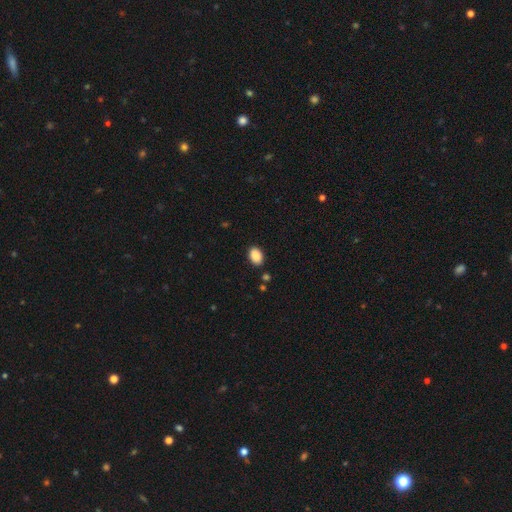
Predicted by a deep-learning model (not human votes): Morphology: type=smooth (89%); roundness=in between (83%); merging=none (88%).